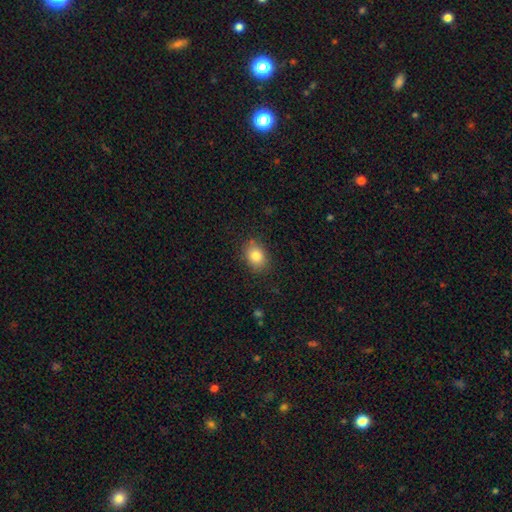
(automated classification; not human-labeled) smooth 83%, star or artifact 10%, featured or disk 7%. Down the decision tree: how rounded — in between (60%); merging — none (83%).